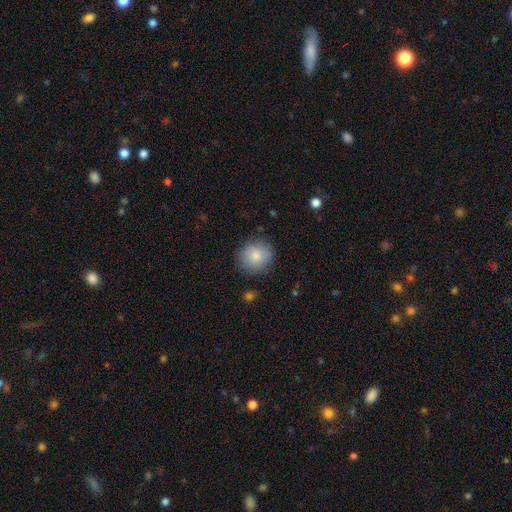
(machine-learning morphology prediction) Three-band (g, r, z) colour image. It shows a smooth galaxy with no disk features (85%) that is round (81%). Merging: none (83%).